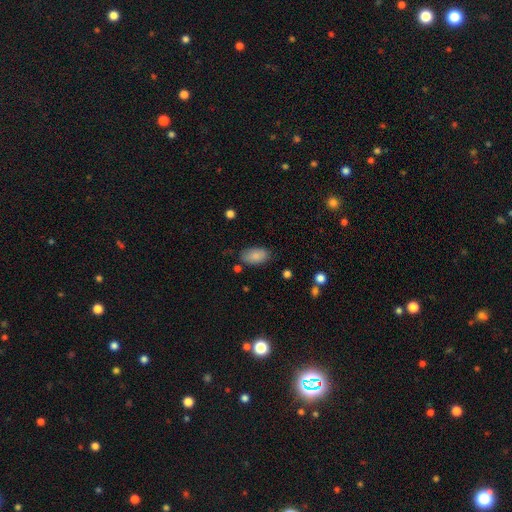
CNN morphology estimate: Smooth or featured: smooth — 86% (star or artifact — 7%)
How rounded: in between — 94% (round — 4%)
Merging: none — 78% (minor disturbance — 16%)